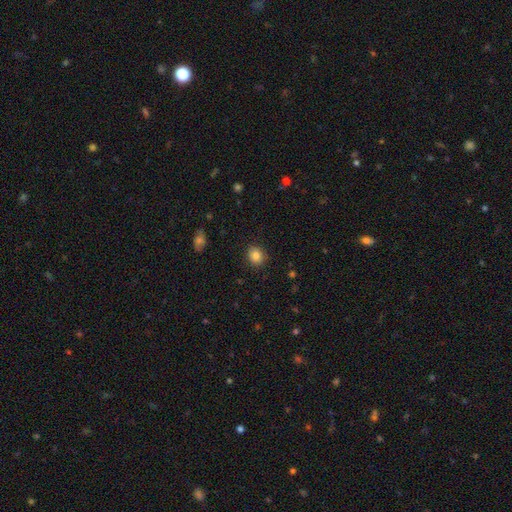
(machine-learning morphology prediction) Overall: smooth (85%). How rounded: round (76%). Merging: none (89%).